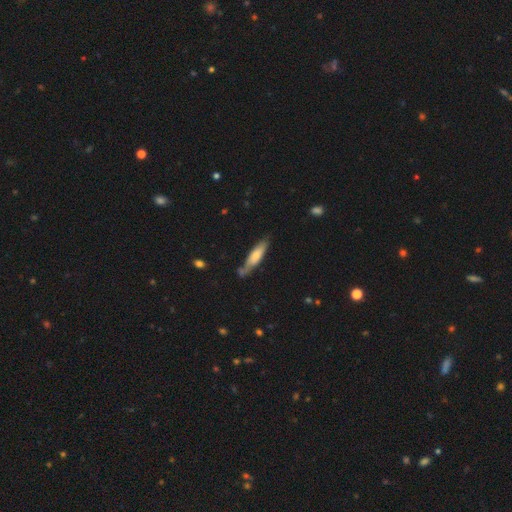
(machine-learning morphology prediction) Smooth or featured?
  - smooth: 61% *
  - featured or disk: 34%
  - star or artifact: 6%
How rounded?
  - cigar-shaped: 75% *
  - in between: 23%
  - round: 1%
Merging?
  - none: 64% *
  - minor disturbance: 23%
  - merger: 8%
  - major disturbance: 5%